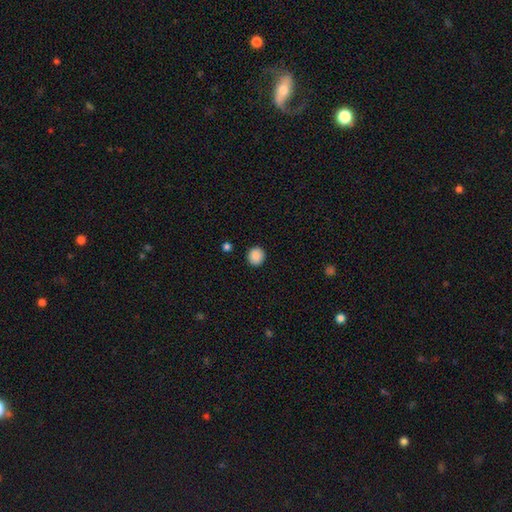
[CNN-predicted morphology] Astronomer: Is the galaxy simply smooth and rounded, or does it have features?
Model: smooth — 88%.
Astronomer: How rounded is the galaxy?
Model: round — 89%.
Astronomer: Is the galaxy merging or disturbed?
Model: none — 92%.